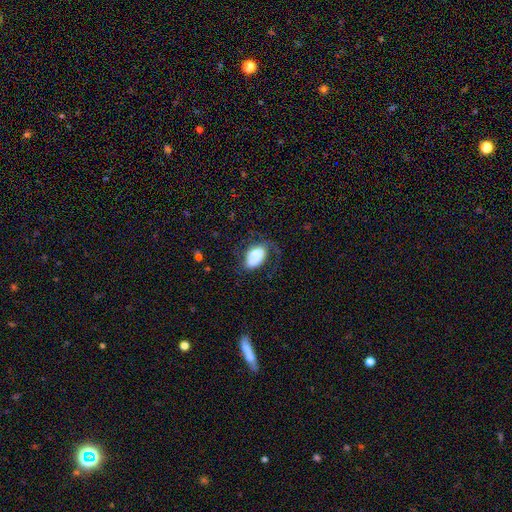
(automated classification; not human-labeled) smooth 61%, featured or disk 31%, star or artifact 8%. Down the decision tree: how rounded — in between (89%); merging — none (33%, tied with major disturbance).